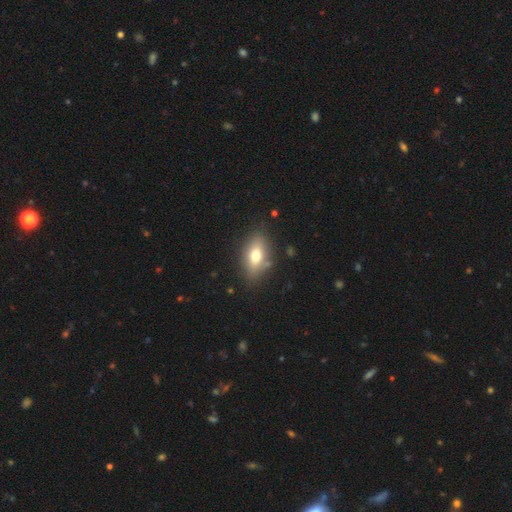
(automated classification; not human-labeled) This is likely a smooth galaxy (70%). How rounded: clearly in between (84%). Merging: likely none (78%).